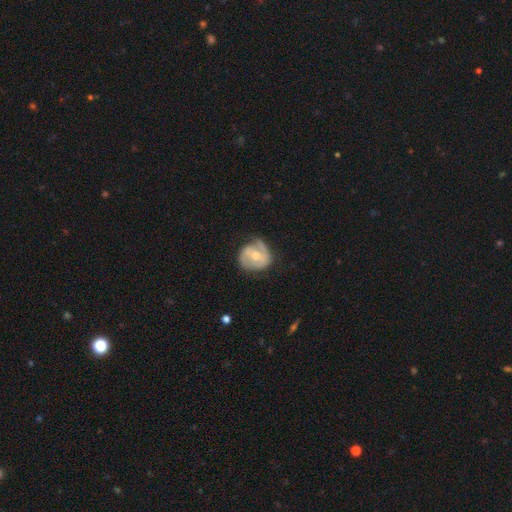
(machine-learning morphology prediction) Q: Smooth or featured?
A: featured or disk (61%); runner-up: smooth (33%)
Q: Edge-on disk?
A: no (97%); runner-up: yes (3%)
Q: Bar?
A: no (55%); runner-up: weak (34%)
Q: Spiral arms?
A: yes (68%); runner-up: no (32%)
Q: Bulge size?
A: moderate (68%); runner-up: small (26%)
Q: Merging?
A: none (56%); runner-up: minor disturbance (28%)